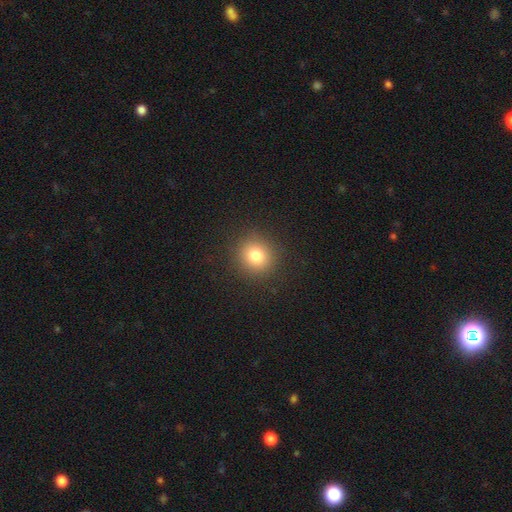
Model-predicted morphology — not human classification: A smooth galaxy with no disk features (79%) that is round (88%).

Vote fractions:
- Smooth or featured? smooth: 79% / star or artifact: 13% / featured or disk: 8%
- How rounded? round: 88% / in between: 11% / cigar-shaped: 1%
- Merging? none: 90% / minor disturbance: 6% / major disturbance: 3% / merger: 1%